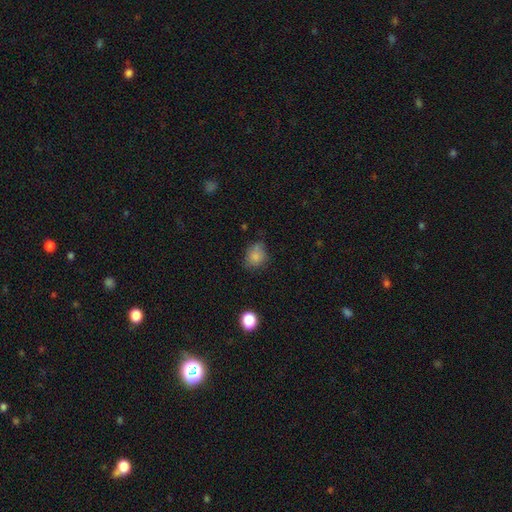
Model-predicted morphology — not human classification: type=smooth (81%); roundness=round (54%); merging=none (59%).